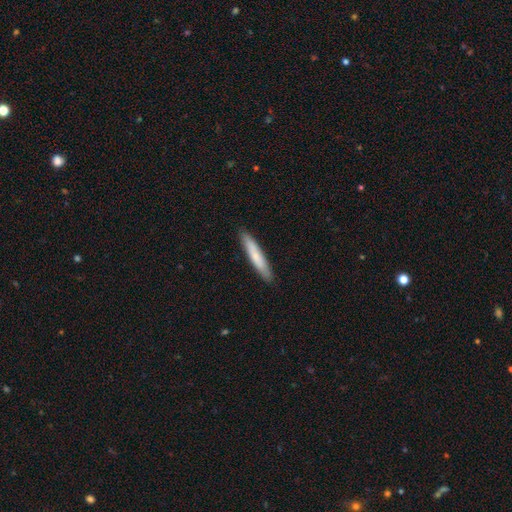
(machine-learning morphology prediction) This appears to be a smooth galaxy with no disk features (73%) that is cigar-shaped (93%). Merging: none (90%).